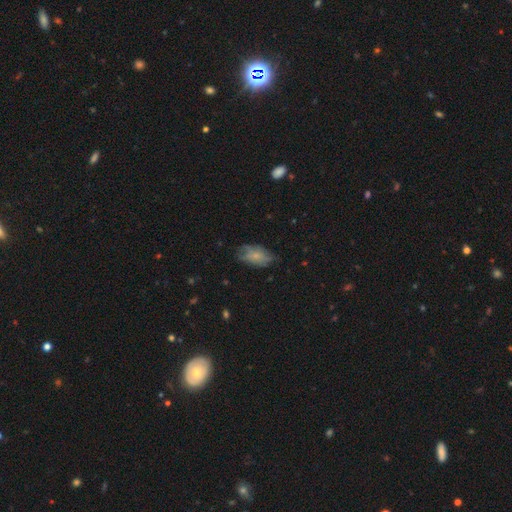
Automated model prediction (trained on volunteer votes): The model was most divided on "merging": none: 59%, minor disturbance: 30%, major disturbance: 9%, merger: 2%. More confident: how rounded — in between (92%); smooth or featured — smooth (67%).